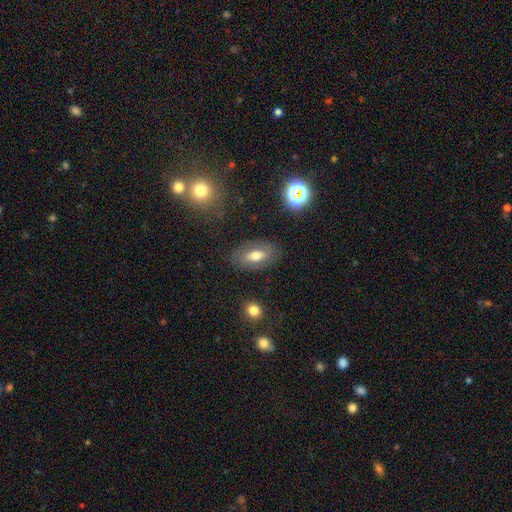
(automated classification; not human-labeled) This is possibly a smooth galaxy (57%). How rounded: clearly in between (89%). Merging: clearly none (82%).